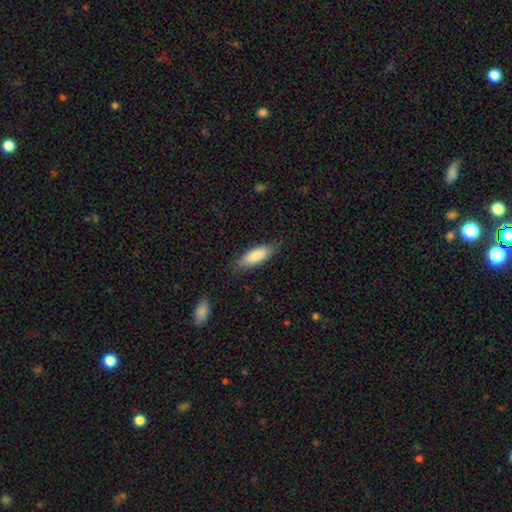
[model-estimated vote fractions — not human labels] Morphology: type=smooth (84%); roundness=in between (64%); merging=none (81%).